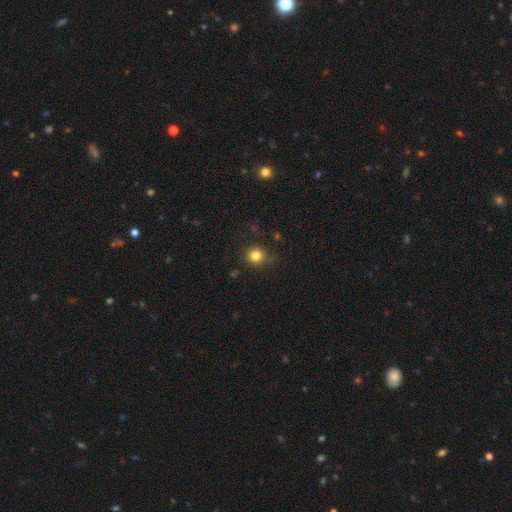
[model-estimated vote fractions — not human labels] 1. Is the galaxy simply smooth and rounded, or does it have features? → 82% smooth, 13% star or artifact, 6% featured or disk.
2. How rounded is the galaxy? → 89% round, 10% in between, 1% cigar-shaped.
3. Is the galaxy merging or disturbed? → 81% none, 13% minor disturbance, 4% major disturbance, 2% merger.